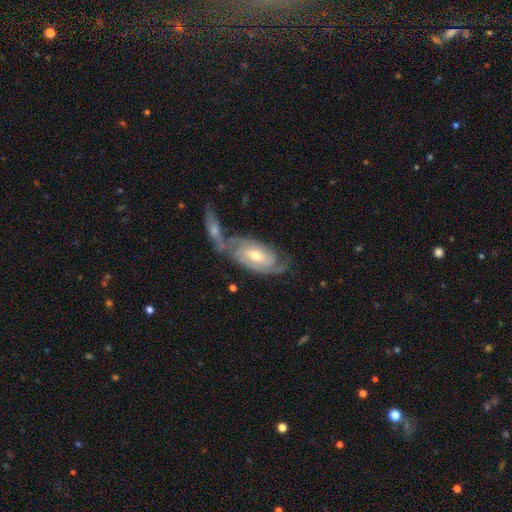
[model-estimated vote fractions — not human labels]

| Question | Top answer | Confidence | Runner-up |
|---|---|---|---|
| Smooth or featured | featured or disk | 78% | smooth (17%) |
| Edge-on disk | no | 92% | yes (8%) |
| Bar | no | 51% | weak (38%) |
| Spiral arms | yes | 92% | no (8%) |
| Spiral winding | tight | 62% | medium (29%) |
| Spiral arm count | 2 | 54% | can't tell (29%) |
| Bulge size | moderate | 60% | small (34%) |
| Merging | merger | 38% | tied: none (38%) |